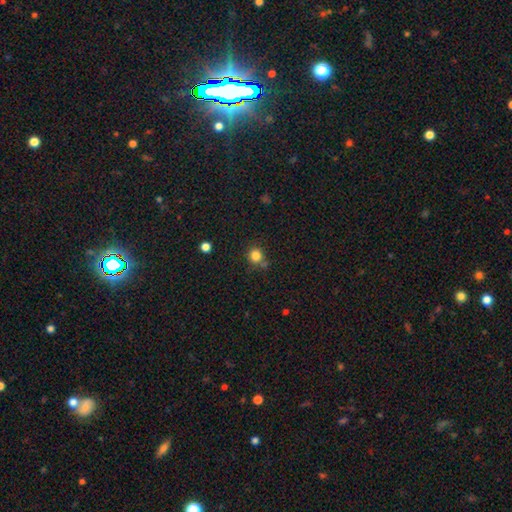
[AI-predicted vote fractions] The model was most divided on "merging": none: 72%, minor disturbance: 13%, merger: 11%, major disturbance: 4%. More confident: how rounded — round (90%); smooth or featured — smooth (83%).